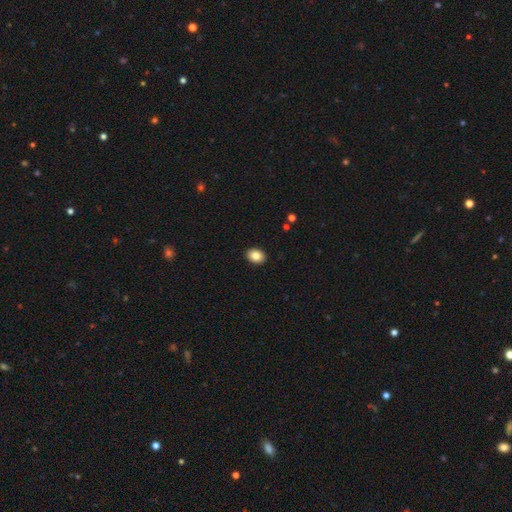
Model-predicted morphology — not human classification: Q: Smooth or featured?
A: smooth (84%); runner-up: star or artifact (8%)
Q: How rounded?
A: in between (70%); runner-up: round (29%)
Q: Merging?
A: none (91%); runner-up: minor disturbance (6%)